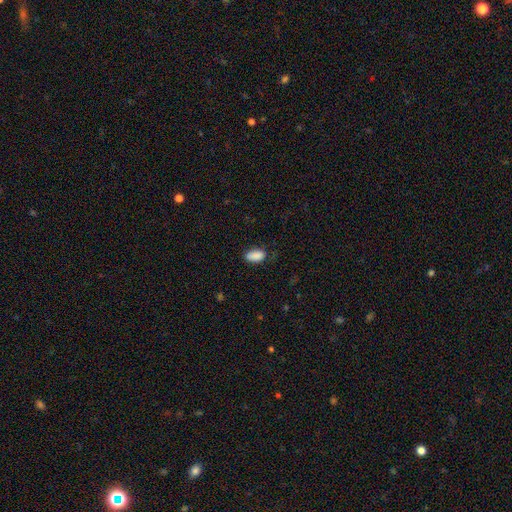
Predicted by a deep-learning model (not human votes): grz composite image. It shows a smooth galaxy with no disk features (89%) that is in between round and cigar-shaped (93%). Merging: none (72%).